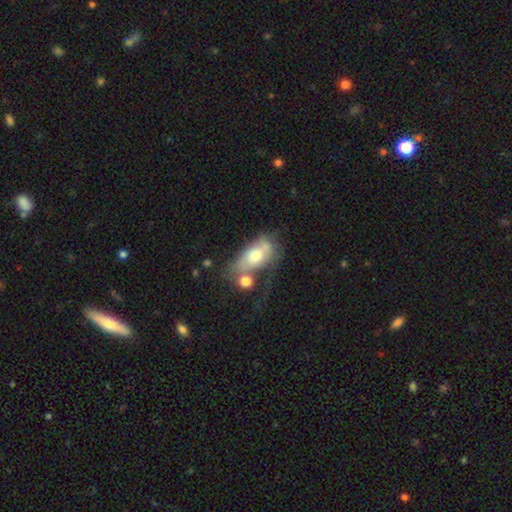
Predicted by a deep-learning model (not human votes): The model was most divided on "merging": merger: 33%, none: 24%, major disturbance: 23%, minor disturbance: 19%. More confident: how rounded — in between (86%); smooth or featured — smooth (59%).